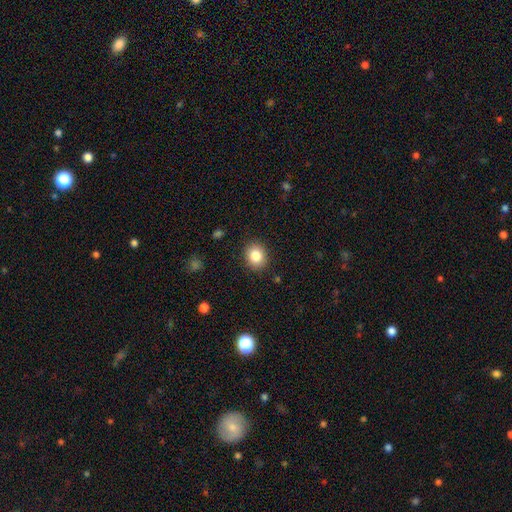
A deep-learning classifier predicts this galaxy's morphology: smooth 84%, star or artifact 9%, featured or disk 6%. Down the decision tree: how rounded — round (65%); merging — none (89%).